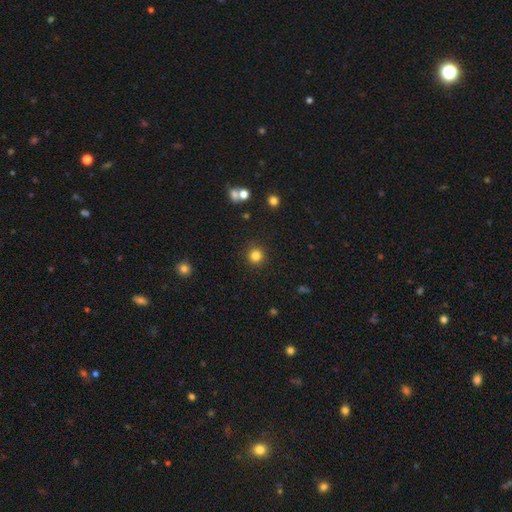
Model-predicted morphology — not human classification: The model was most divided on "smooth or featured": smooth: 82%, star or artifact: 13%, featured or disk: 5%. More confident: how rounded — round (94%); merging — none (90%).